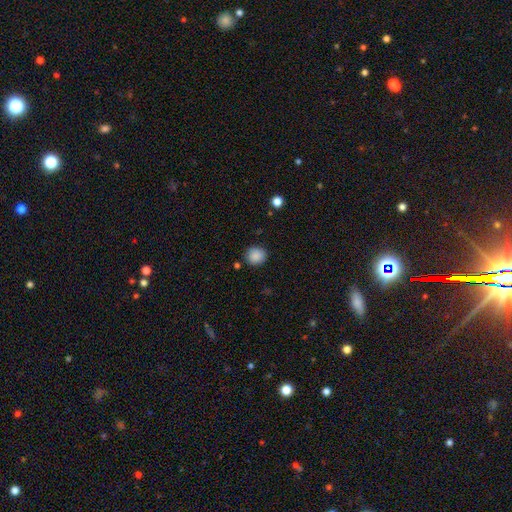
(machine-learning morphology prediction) Smooth or featured? smooth (88%)
How rounded? round (87%)
Merging? none (87%)